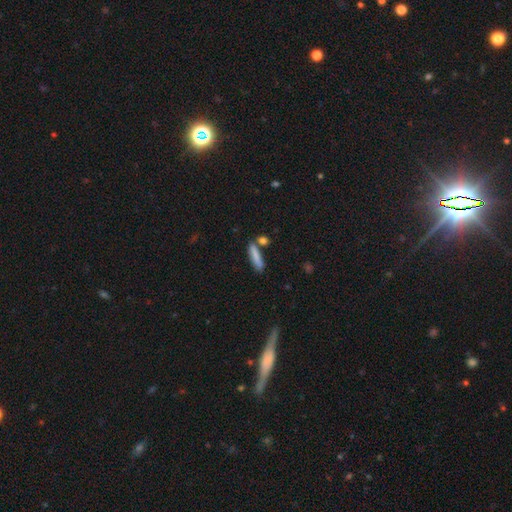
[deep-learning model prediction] smooth_or_featured: smooth (p=0.82) [alt: featured or disk p=0.11]
how_rounded: cigar-shaped (p=0.79) [alt: in between p=0.19]
merging: none (p=0.69) [alt: merger p=0.14]